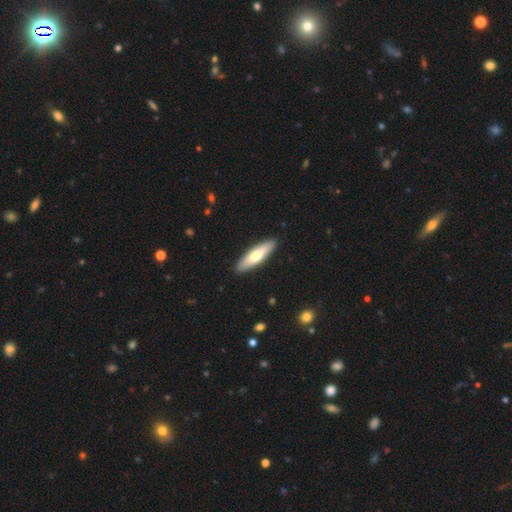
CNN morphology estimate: Q: Smooth or featured?
A: smooth (61%); runner-up: featured or disk (34%)
Q: How rounded?
A: cigar-shaped (71%); runner-up: in between (28%)
Q: Merging?
A: none (91%); runner-up: minor disturbance (7%)